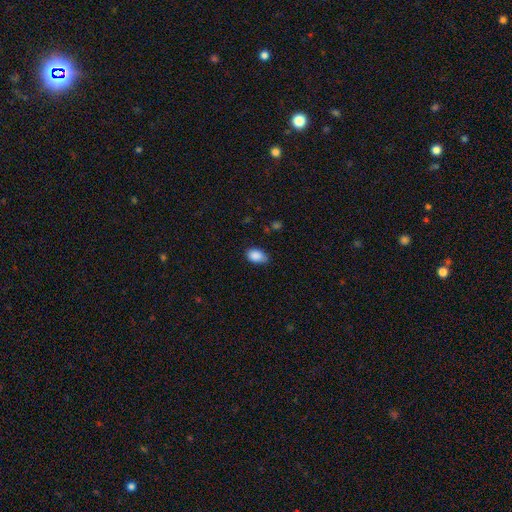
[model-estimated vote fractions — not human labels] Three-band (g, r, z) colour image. It shows a smooth galaxy with no disk features (88%) that is in between round and cigar-shaped (85%). Merging: none (59%).